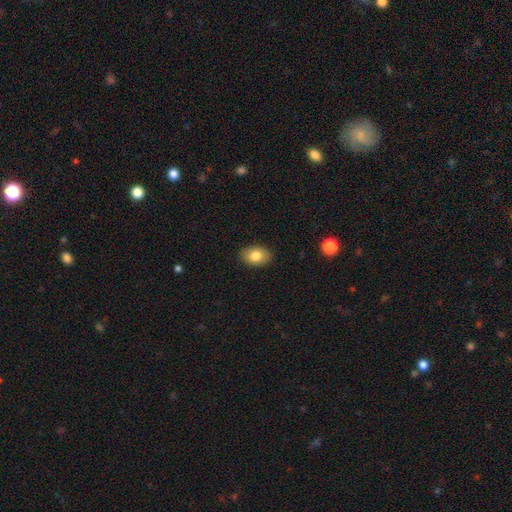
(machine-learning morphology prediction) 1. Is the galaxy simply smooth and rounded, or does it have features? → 82% smooth, 11% featured or disk, 8% star or artifact.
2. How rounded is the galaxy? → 84% in between, 15% round, 1% cigar-shaped.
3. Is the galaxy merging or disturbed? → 88% none, 9% minor disturbance, 2% major disturbance, 1% merger.